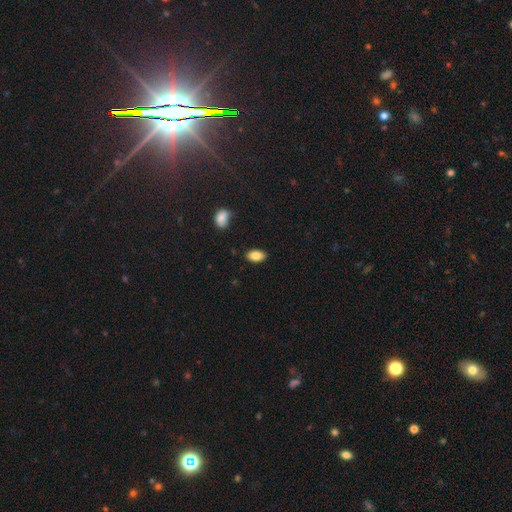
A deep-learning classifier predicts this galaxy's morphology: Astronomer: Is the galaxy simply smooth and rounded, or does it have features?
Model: smooth — 85%.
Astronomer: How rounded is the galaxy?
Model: in between — 92%.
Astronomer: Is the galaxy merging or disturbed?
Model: none — 86%.